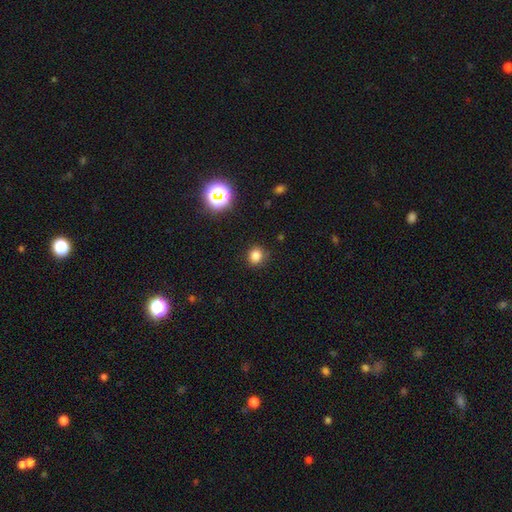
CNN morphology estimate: type=smooth (80%); roundness=round (83%); merging=none (88%).